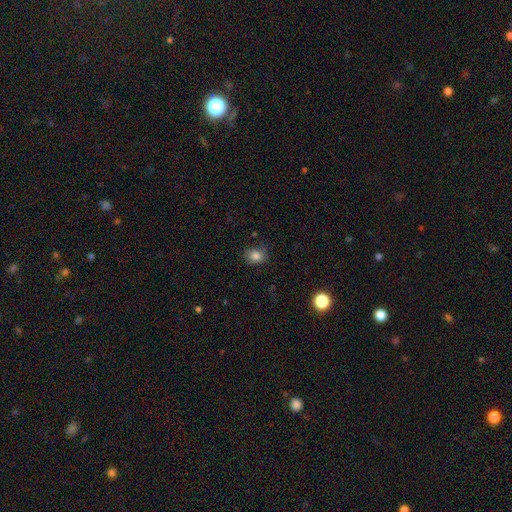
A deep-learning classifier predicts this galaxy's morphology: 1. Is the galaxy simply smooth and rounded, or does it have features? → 83% smooth, 11% star or artifact, 6% featured or disk.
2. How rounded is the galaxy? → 56% round, 43% in between, 1% cigar-shaped.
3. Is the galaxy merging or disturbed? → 79% none, 16% minor disturbance, 4% major disturbance, 1% merger.